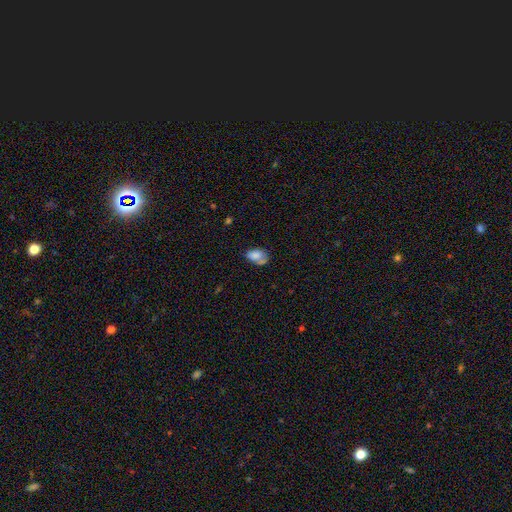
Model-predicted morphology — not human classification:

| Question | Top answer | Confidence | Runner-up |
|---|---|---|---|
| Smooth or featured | smooth | 77% | featured or disk (13%) |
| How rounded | in between | 86% | round (12%) |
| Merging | none | 43% | minor disturbance (28%) |